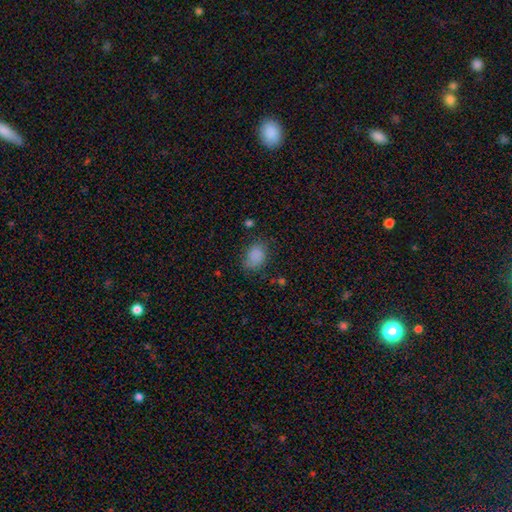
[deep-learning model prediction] Smooth or featured: smooth — 84% (star or artifact — 11%)
How rounded: in between — 66% (round — 33%)
Merging: none — 73% (minor disturbance — 19%)